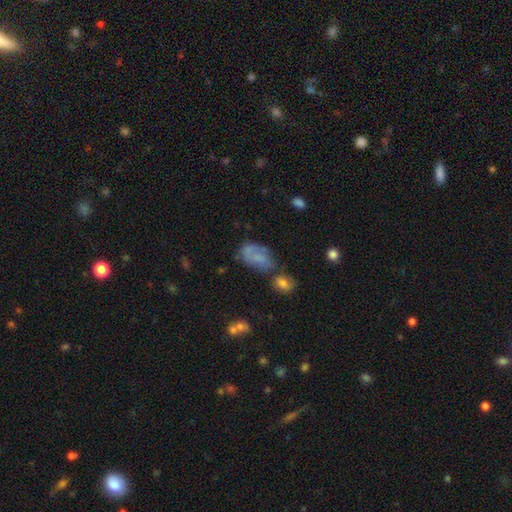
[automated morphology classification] A smooth galaxy with no disk features (53%) that is in between round and cigar-shaped (86%).

Vote fractions:
- Smooth or featured? smooth: 53% / featured or disk: 33% / star or artifact: 14%
- How rounded? in between: 86% / round: 12% / cigar-shaped: 3%
- Merging? none: 37% / minor disturbance: 25% / merger: 19% / major disturbance: 19%